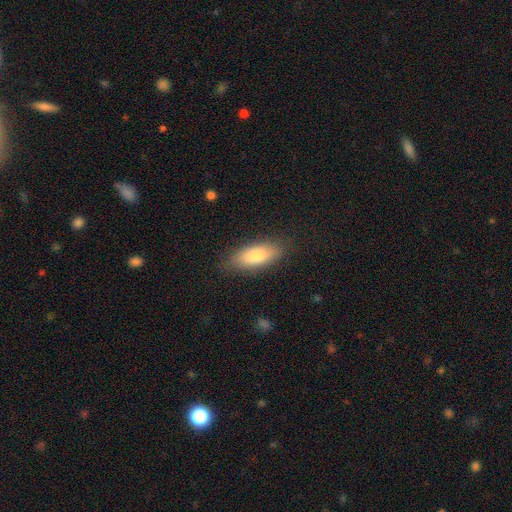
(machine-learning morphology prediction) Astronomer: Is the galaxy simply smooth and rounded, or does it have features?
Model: smooth — 82%.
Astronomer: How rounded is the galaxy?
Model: in between — 74%.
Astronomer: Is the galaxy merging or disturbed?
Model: none — 84%.